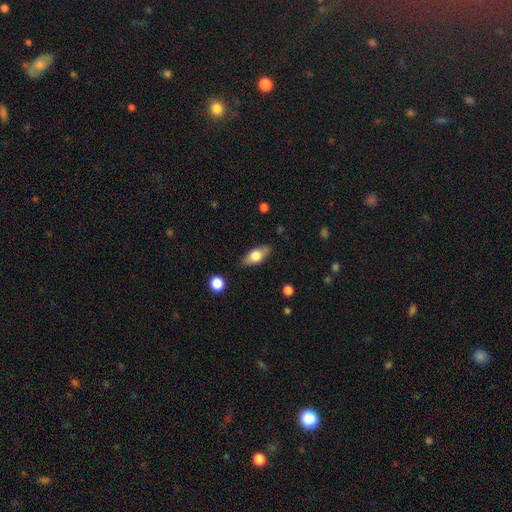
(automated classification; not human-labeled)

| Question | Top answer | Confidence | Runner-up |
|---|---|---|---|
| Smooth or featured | smooth | 68% | featured or disk (25%) |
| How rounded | in between | 81% | cigar-shaped (14%) |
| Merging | none | 83% | minor disturbance (13%) |